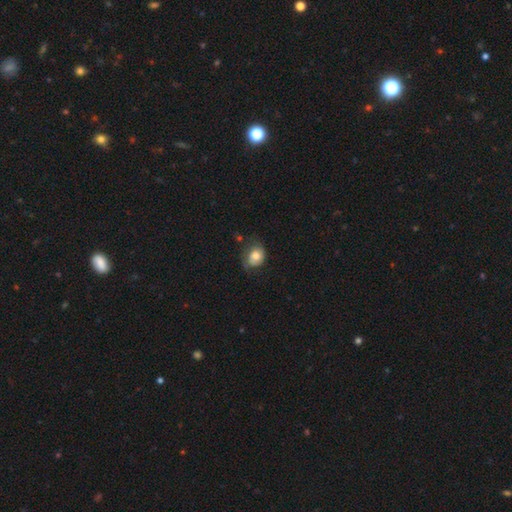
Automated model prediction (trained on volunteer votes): Smooth or featured? smooth (71%)
How rounded? in between (52%)
Merging? none (51%)